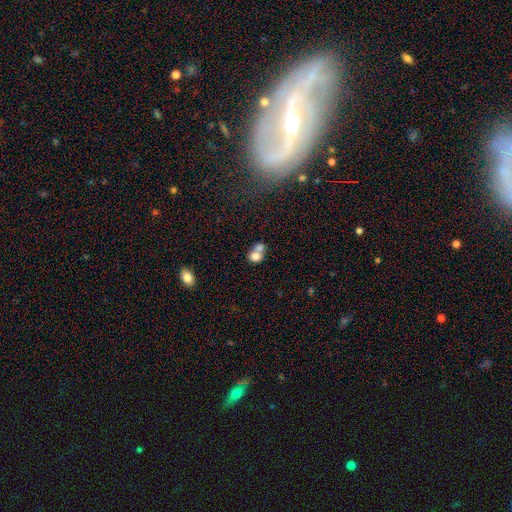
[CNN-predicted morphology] The model was most divided on "how rounded": round: 58%, in between: 41%, cigar-shaped: 1%. More confident: smooth or featured — smooth (74%); merging — merger (63%).